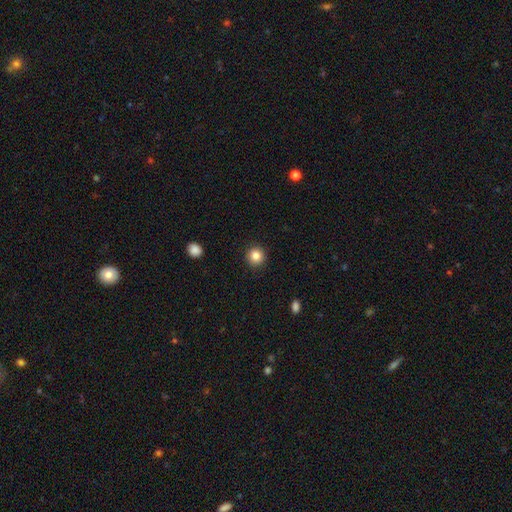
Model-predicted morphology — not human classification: Smooth or featured? smooth (85%)
How rounded? round (94%)
Merging? none (92%)